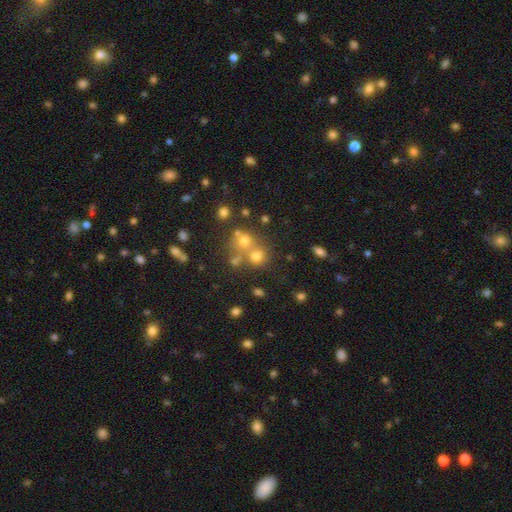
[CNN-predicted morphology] smooth-or-featured: smooth: 48% | star or artifact: 36% | featured or disk: 16%
  merging: none: 51% | merger: 38% | minor disturbance: 7% | major disturbance: 4%